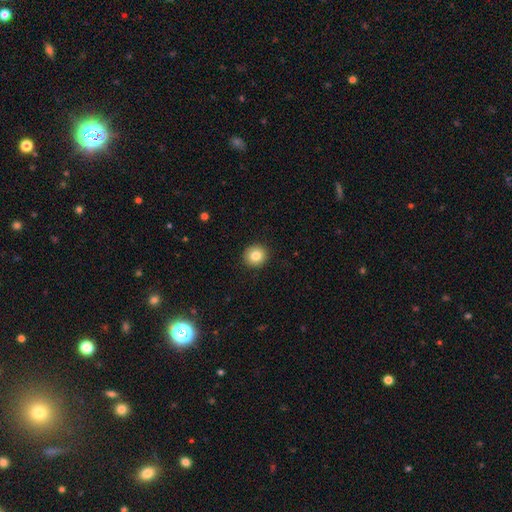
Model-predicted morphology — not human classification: A smooth galaxy with no disk features (84%) that is round (89%). Merging: none (92%).